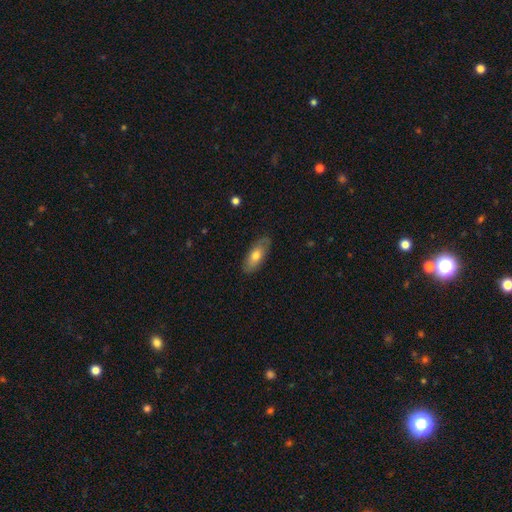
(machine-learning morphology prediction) This is likely a smooth galaxy (67%). How rounded: likely in between (79%). Merging: clearly none (83%).